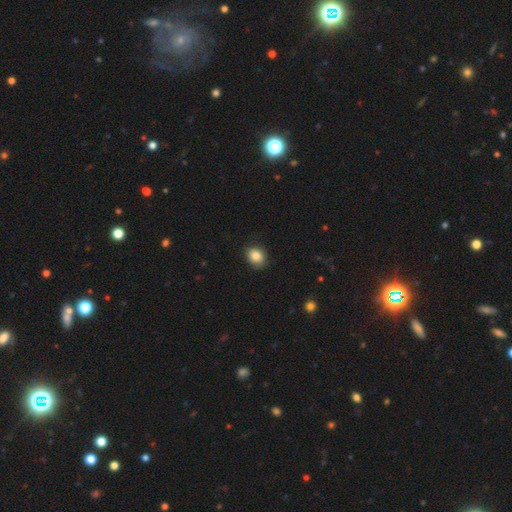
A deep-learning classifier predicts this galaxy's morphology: smooth_or_featured: smooth (p=0.86) [alt: star or artifact p=0.09]
how_rounded: round (p=0.53) [alt: in between p=0.46]
merging: none (p=0.81) [alt: minor disturbance p=0.15]